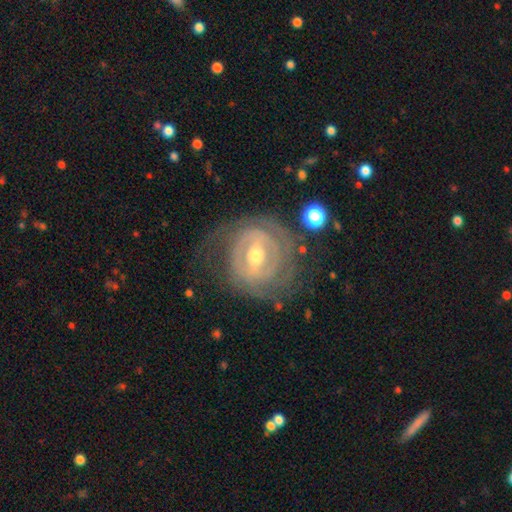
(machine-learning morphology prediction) A featured or disk galaxy (84%) with a weak bar (45%), tight (71%) spiral arms (80%) and a moderate central bulge (65%).

Vote fractions:
- Smooth or featured? featured or disk: 84% / smooth: 11% / star or artifact: 5%
- Edge-on disk? no: 96% / yes: 4%
- Bar? weak: 45% / strong: 35% / no: 21%
- Spiral arms? yes: 80% / no: 20%
- Spiral winding? tight: 71% / medium: 22% / loose: 8%
- Spiral arm count? can't tell: 40% / 2: 33% / 3: 13% / 1: 6% / 4: 5% / more than 4: 4%
- Bulge size? moderate: 65% / small: 29% / large: 4% / none: 1% / dominant: 1%
- Merging? none: 68% / minor disturbance: 18% / major disturbance: 12% / merger: 2%